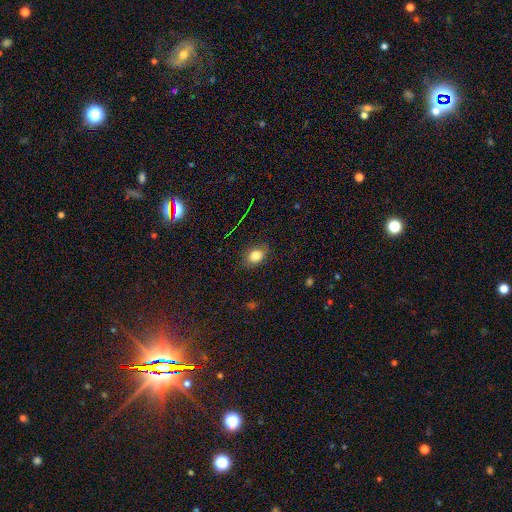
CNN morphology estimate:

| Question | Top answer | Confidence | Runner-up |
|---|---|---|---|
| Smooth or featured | smooth | 80% | star or artifact (11%) |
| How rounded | in between | 70% | round (29%) |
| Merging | none | 83% | minor disturbance (13%) |